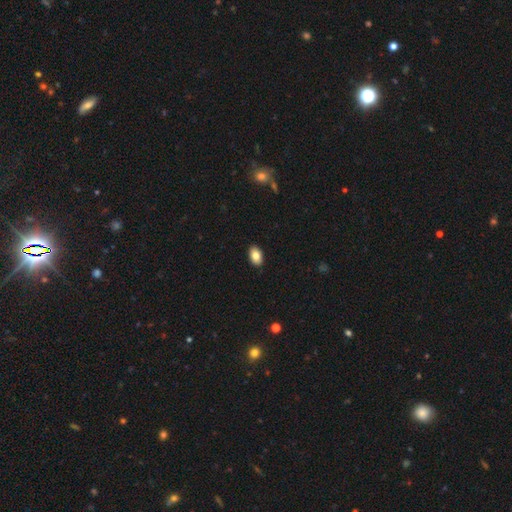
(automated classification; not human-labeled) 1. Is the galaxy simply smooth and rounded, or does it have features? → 82% smooth, 10% featured or disk, 8% star or artifact.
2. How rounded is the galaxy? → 90% in between, 8% round, 1% cigar-shaped.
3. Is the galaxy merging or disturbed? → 90% none, 7% minor disturbance, 2% major disturbance, 1% merger.